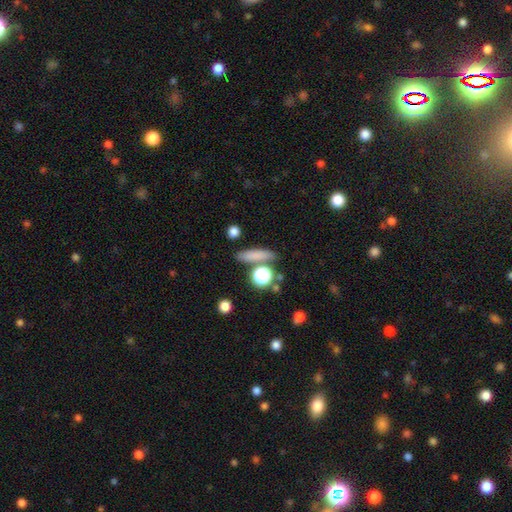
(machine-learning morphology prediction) smooth-or-featured: smooth: 75% | featured or disk: 13% | star or artifact: 11%
  how-rounded: cigar-shaped: 61% | in between: 22% | round: 17%
  merging: none: 77% | minor disturbance: 10% | merger: 9% | major disturbance: 4%